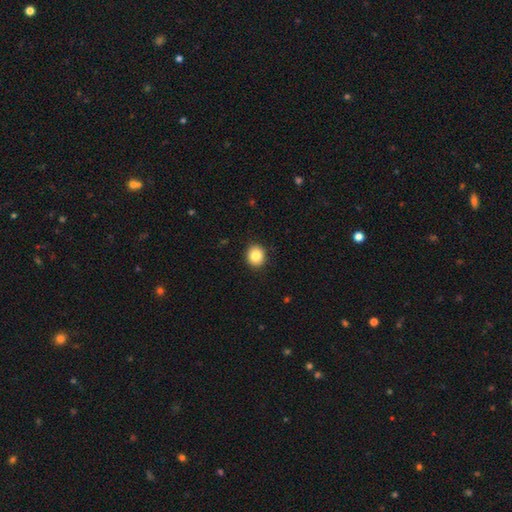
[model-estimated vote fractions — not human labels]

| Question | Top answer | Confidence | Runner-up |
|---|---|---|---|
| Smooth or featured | smooth | 84% | star or artifact (9%) |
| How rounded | round | 78% | in between (21%) |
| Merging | none | 91% | minor disturbance (6%) |